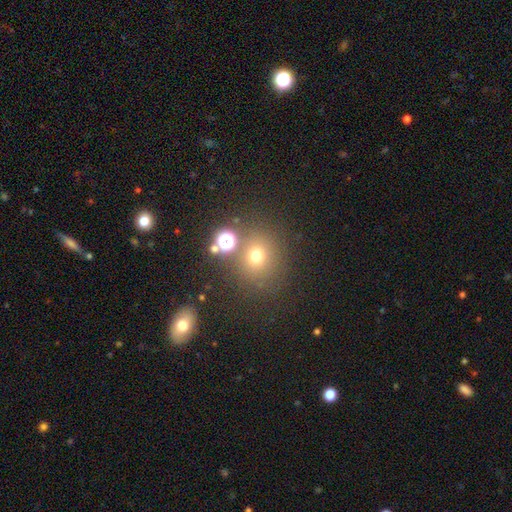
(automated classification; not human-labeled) smooth-or-featured: smooth: 68% | star or artifact: 23% | featured or disk: 9%
  how-rounded: round: 83% | in between: 16% | cigar-shaped: 1%
  merging: none: 75% | minor disturbance: 10% | merger: 10% | major disturbance: 5%